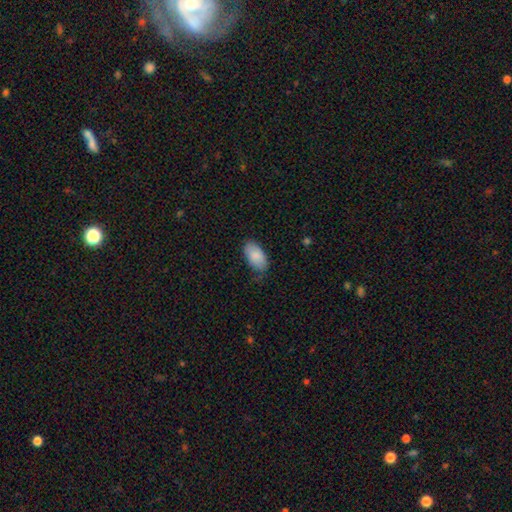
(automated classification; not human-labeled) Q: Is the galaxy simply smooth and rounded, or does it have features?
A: smooth — 87%.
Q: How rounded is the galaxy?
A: in between — 95%.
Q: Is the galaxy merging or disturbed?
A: none — 75%.